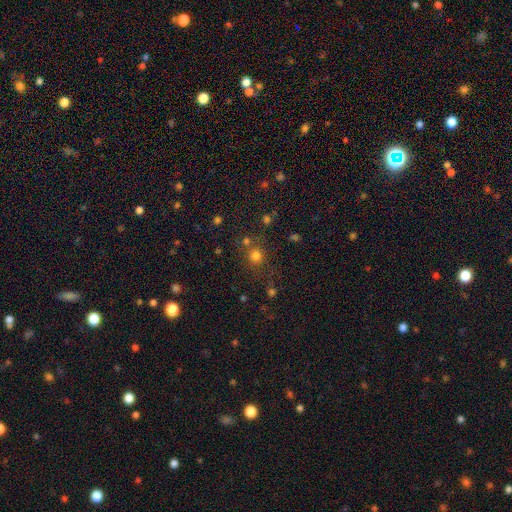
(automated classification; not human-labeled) The model was most divided on "smooth or featured": smooth: 74%, star or artifact: 19%, featured or disk: 7%. More confident: how rounded — round (90%); merging — none (72%).